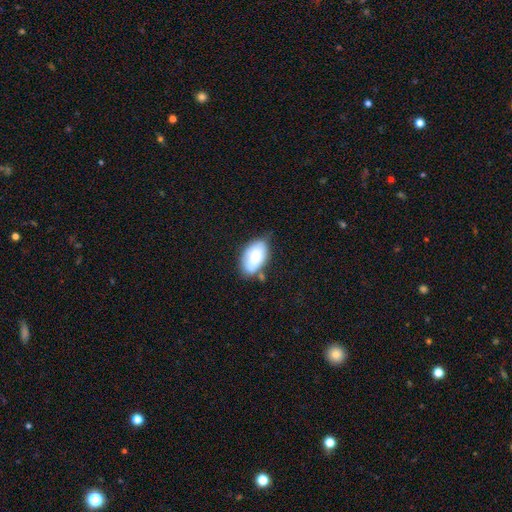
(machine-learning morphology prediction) Smooth or featured?
  - smooth: 76% *
  - featured or disk: 16%
  - star or artifact: 7%
How rounded?
  - in between: 94% *
  - round: 4%
  - cigar-shaped: 2%
Merging?
  - none: 56% *
  - minor disturbance: 28%
  - merger: 10%
  - major disturbance: 6%